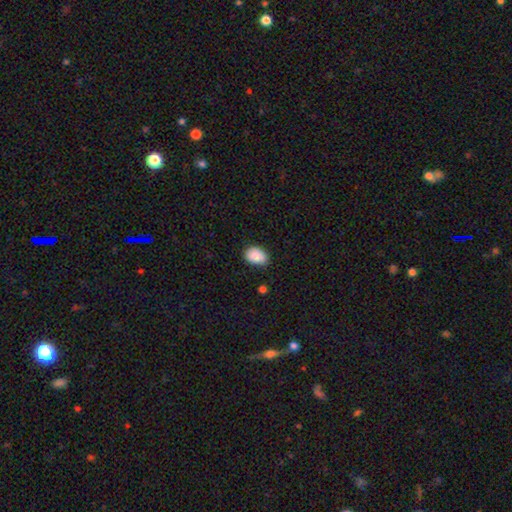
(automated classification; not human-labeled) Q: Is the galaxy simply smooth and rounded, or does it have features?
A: smooth — 89%.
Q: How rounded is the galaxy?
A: in between — 81%.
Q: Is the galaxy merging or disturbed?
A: none — 77%.